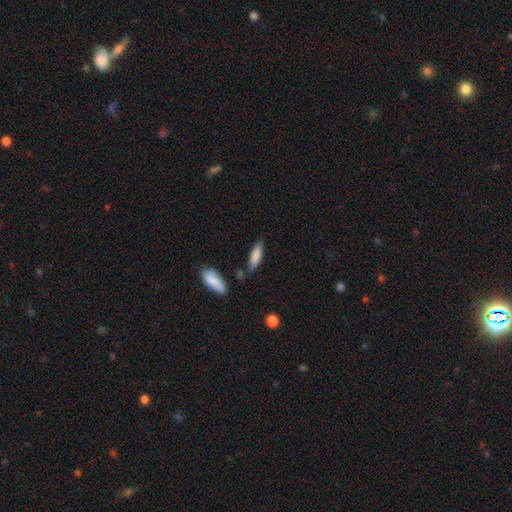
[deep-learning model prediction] Morphology: type=smooth (82%); roundness=cigar-shaped (55%); merging=none (75%).